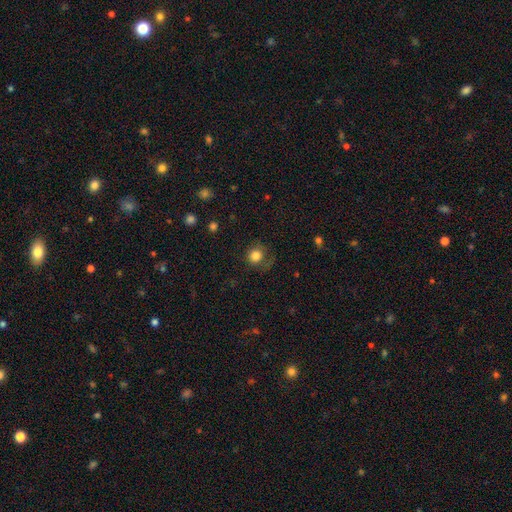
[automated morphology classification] Smooth or featured? Predicted: smooth (p=0.82). How rounded? Predicted: round (p=0.88). Merging? Predicted: none (p=0.69).